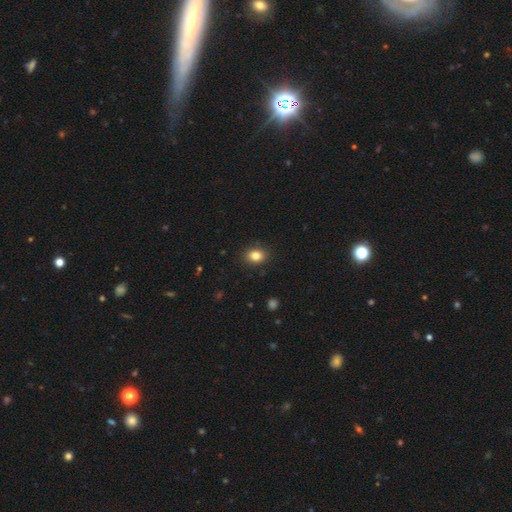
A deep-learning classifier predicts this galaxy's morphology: Smooth or featured? smooth (84%)
How rounded? in between (57%)
Merging? none (88%)